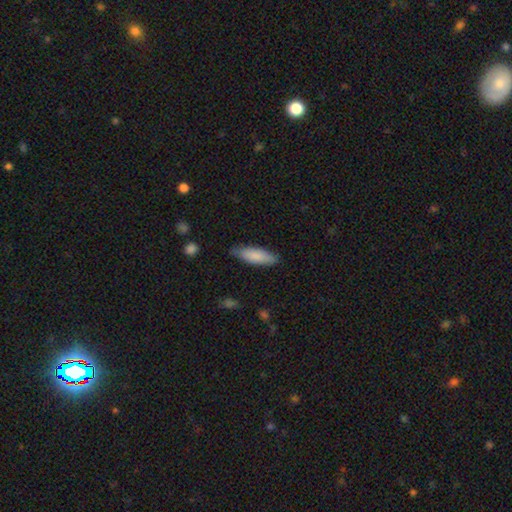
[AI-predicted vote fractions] Smooth or featured? smooth (85%)
How rounded? in between (53%)
Merging? none (79%)